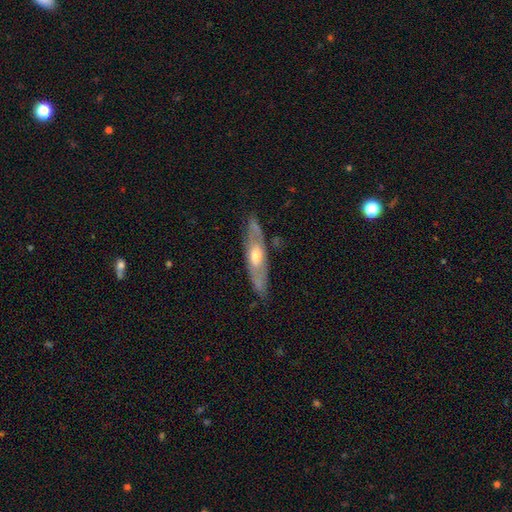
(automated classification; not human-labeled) This is likely a featured or disk galaxy (65%). It is possibly viewed edge-on (51%). Merging: clearly none (80%).